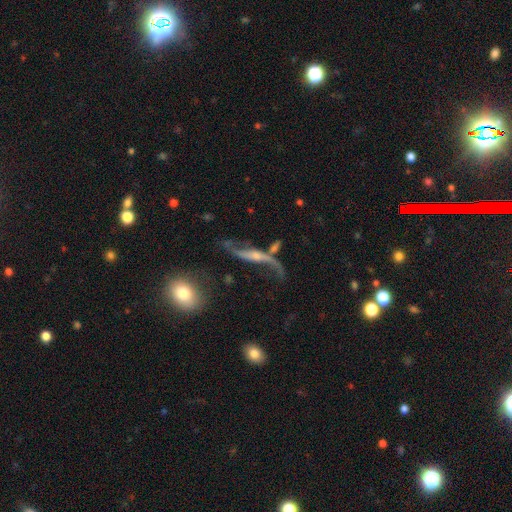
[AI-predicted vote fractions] Smooth or featured?
  - featured or disk: 83% *
  - smooth: 10%
  - star or artifact: 7%
Edge-on disk?
  - no: 74% *
  - yes: 26%
Bar?
  - no: 47% *
  - weak: 32%
  - strong: 22%
Spiral arms?
  - yes: 90% *
  - no: 10%
Spiral winding?
  - loose: 92% *
  - medium: 6%
  - tight: 2%
Spiral arm count?
  - 2: 89% *
  - 1: 5%
  - can't tell: 3%
  - 3: 1%
  - 4: 1%
  - more than 4: 1%
Bulge size?
  - small: 51% *
  - moderate: 30%
  - none: 12%
  - large: 4%
  - dominant: 2%
Merging?
  - none: 45% *
  - merger: 20%
  - major disturbance: 18%
  - minor disturbance: 17%